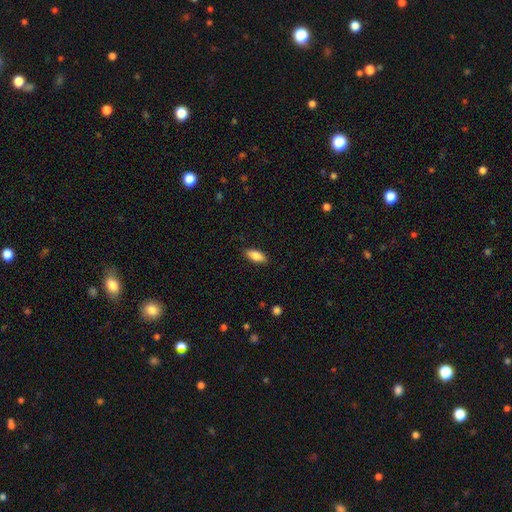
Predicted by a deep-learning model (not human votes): smooth_or_featured: smooth (p=0.84) [alt: featured or disk p=0.10]
how_rounded: in between (p=0.78) [alt: cigar-shaped p=0.19]
merging: none (p=0.87) [alt: minor disturbance p=0.10]